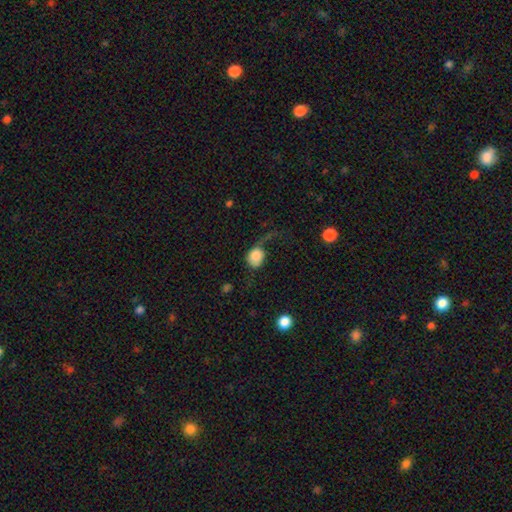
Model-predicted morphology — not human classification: The model was most divided on "how rounded": round: 60%, in between: 38%, cigar-shaped: 1%. Remaining: smooth or featured — smooth (78%); merging — major disturbance (48%).